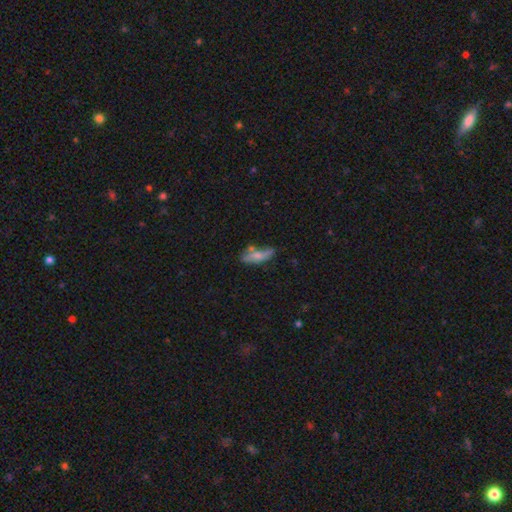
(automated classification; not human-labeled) This is possibly a smooth galaxy (59%). How rounded: possibly in between (49%). Merging: possibly none (52%).